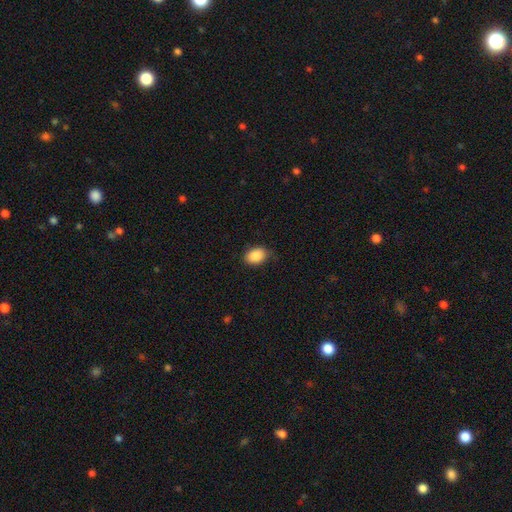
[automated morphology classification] Smooth or featured?
  - smooth: 89% *
  - star or artifact: 8%
  - featured or disk: 4%
How rounded?
  - in between: 76% *
  - round: 23%
  - cigar-shaped: 1%
Merging?
  - none: 79% *
  - minor disturbance: 17%
  - major disturbance: 3%
  - merger: 1%